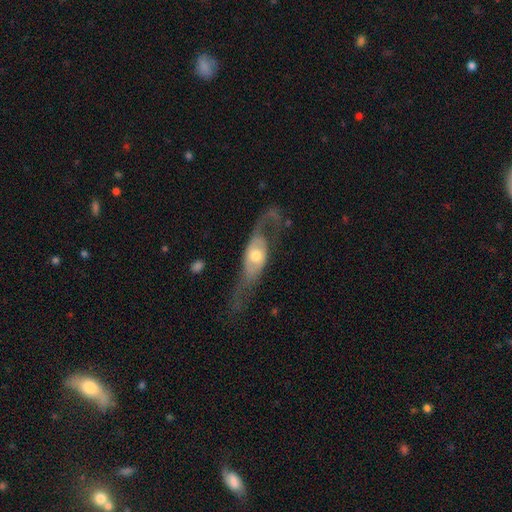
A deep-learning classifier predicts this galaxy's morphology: Smooth or featured?
  - featured or disk: 76% *
  - smooth: 19%
  - star or artifact: 5%
Edge-on disk?
  - no: 73% *
  - yes: 27%
Bar?
  - no: 72% *
  - weak: 20%
  - strong: 7%
Spiral arms?
  - yes: 72% *
  - no: 28%
Bulge size?
  - moderate: 67% *
  - large: 17%
  - small: 13%
  - dominant: 2%
  - none: 1%
Merging?
  - none: 49% *
  - major disturbance: 30%
  - minor disturbance: 18%
  - merger: 3%